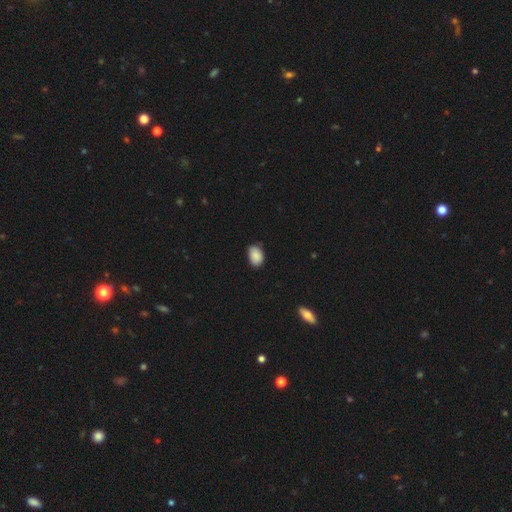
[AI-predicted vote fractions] A smooth galaxy with no disk features (89%) that is in between round and cigar-shaped (83%).

Vote fractions:
- Smooth or featured? smooth: 89% / star or artifact: 7% / featured or disk: 4%
- How rounded? in between: 83% / round: 16% / cigar-shaped: 1%
- Merging? none: 77% / minor disturbance: 19% / major disturbance: 3% / merger: 1%